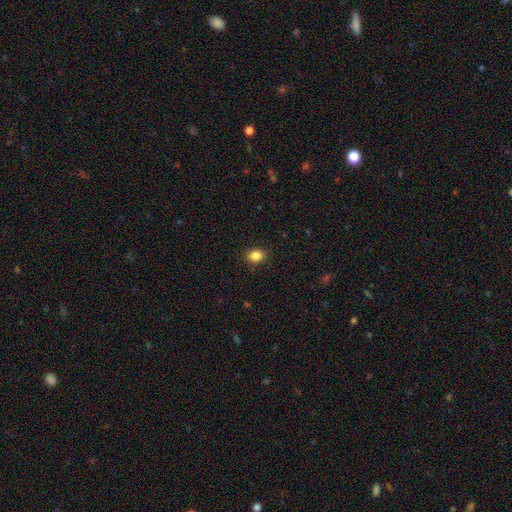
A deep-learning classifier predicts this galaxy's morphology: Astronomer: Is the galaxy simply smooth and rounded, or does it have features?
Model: smooth — 85%.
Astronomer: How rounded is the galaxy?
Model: round — 55% (runner-up: in between, 44%).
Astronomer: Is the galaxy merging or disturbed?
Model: none — 89%.